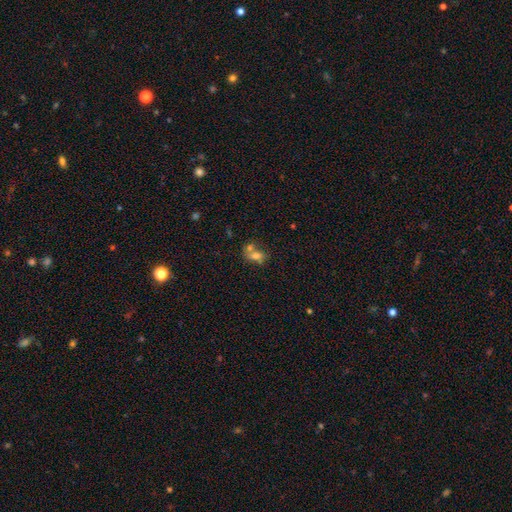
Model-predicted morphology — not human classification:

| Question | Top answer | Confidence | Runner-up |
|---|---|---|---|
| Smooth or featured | smooth | 67% | featured or disk (20%) |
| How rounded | in between | 67% | round (29%) |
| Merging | merger | 56% | none (29%) |